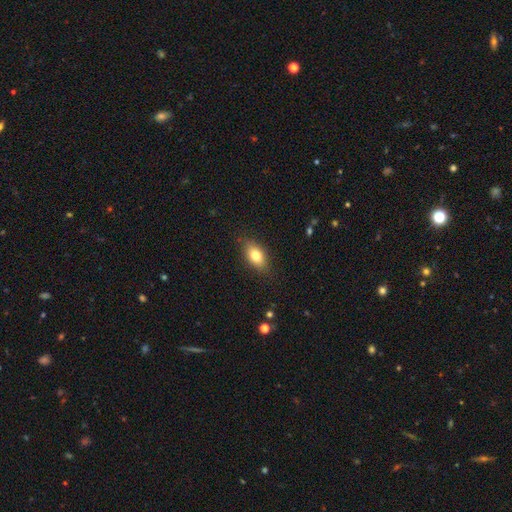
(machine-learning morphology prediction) Q: Smooth or featured?
A: smooth (77%); runner-up: featured or disk (15%)
Q: How rounded?
A: in between (86%); runner-up: round (8%)
Q: Merging?
A: none (83%); runner-up: minor disturbance (13%)